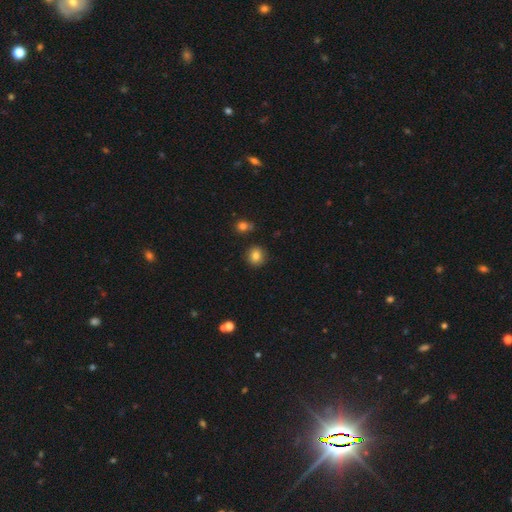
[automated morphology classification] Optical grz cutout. It shows a smooth galaxy with no disk features (82%) that is round (85%). Merging: none (86%).